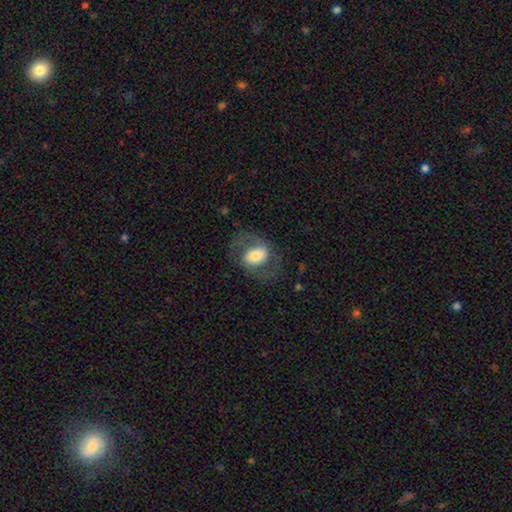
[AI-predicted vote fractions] This is likely a featured or disk galaxy (65%). It is clearly not viewed edge-on (96%). Bar: marginally weak (40%). Spiral arm pattern: clearly yes (83%). Spiral arm count: clearly 2 (89%). Spiral winding: possibly medium (54%). Central bulge: marginally moderate (44%). Merging: likely none (70%).